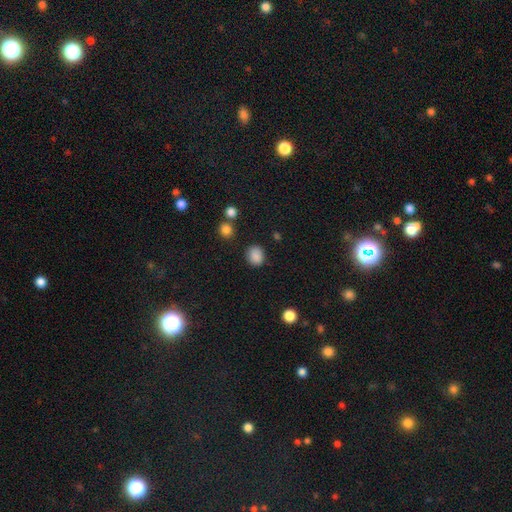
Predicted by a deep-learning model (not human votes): A smooth galaxy with no disk features (86%) that is round (67%). Merging: none (83%).